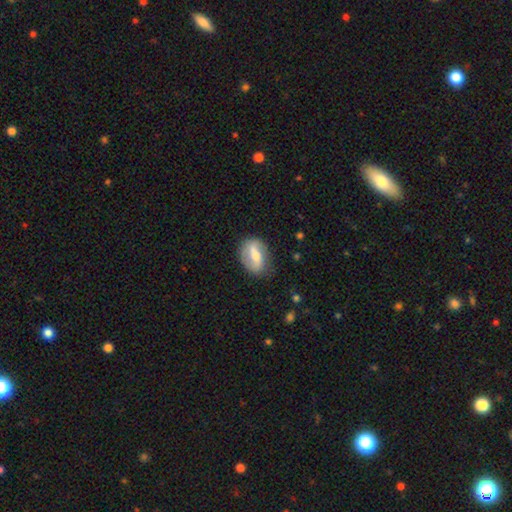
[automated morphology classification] This appears to be a featured or disk galaxy (53%). Merging: none (73%).